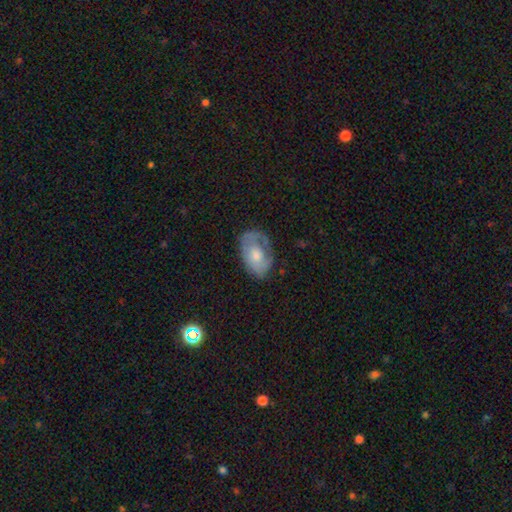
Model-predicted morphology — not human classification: smooth 48%, featured or disk 46%, star or artifact 7%. Down the decision tree: merging — none (55%).